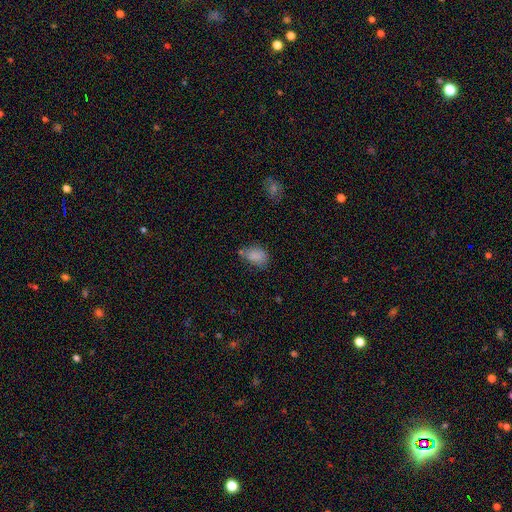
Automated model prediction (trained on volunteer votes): smooth 84%, star or artifact 10%, featured or disk 6%. Down the decision tree: how rounded — in between (82%); merging — none (55%).